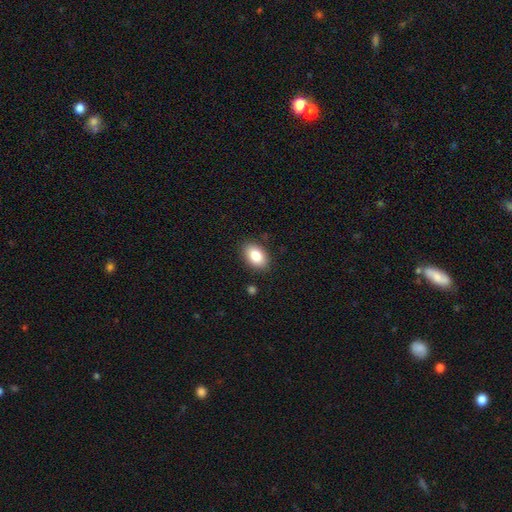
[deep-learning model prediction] Smooth or featured? smooth (85%)
How rounded? in between (89%)
Merging? none (87%)